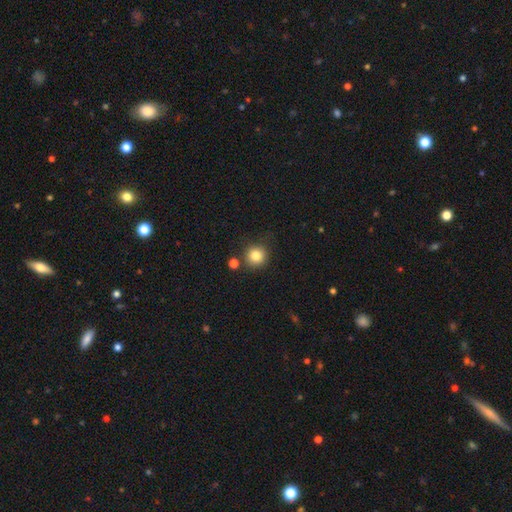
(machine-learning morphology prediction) Smooth or featured? Predicted: smooth (p=0.83). How rounded? Predicted: round (p=0.92). Merging? Predicted: none (p=0.79).